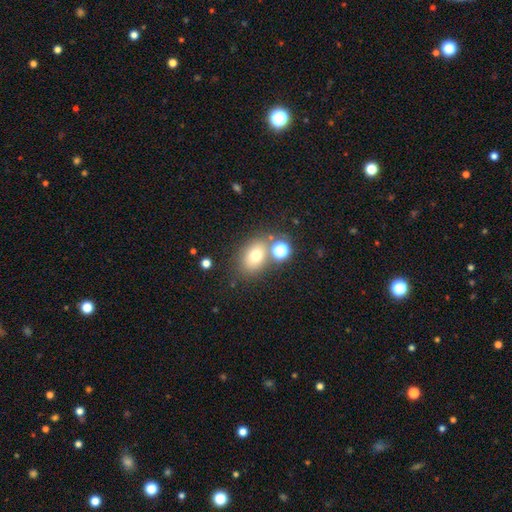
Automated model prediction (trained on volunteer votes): A smooth galaxy with no disk features (71%) that is in between round and cigar-shaped (67%). Merging: none (67%).